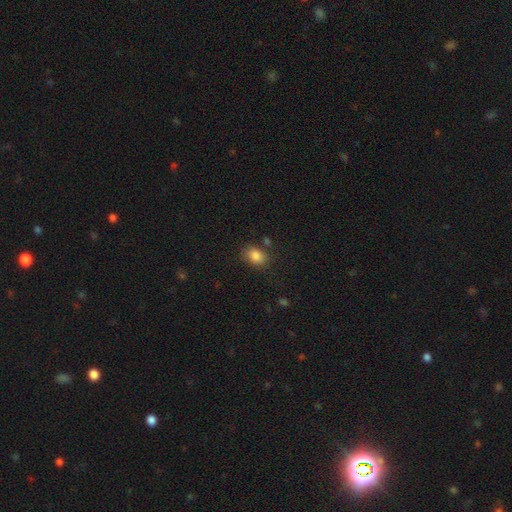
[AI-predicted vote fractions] Smooth or featured? Predicted: smooth (p=0.85). How rounded? Predicted: in between (p=0.71). Merging? Predicted: none (p=0.75).